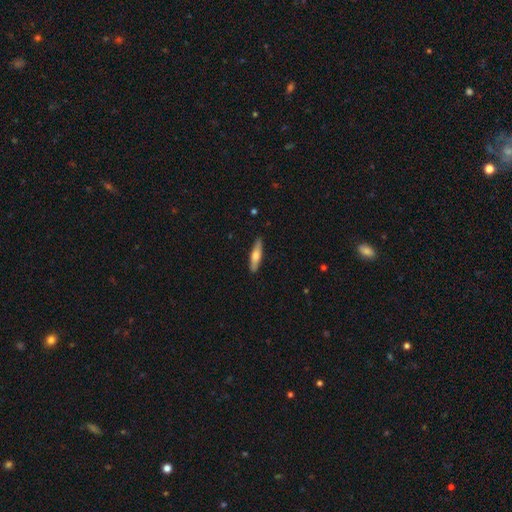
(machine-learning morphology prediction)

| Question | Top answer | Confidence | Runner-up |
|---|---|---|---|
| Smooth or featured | smooth | 58% | featured or disk (37%) |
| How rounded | cigar-shaped | 77% | in between (22%) |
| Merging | none | 88% | minor disturbance (9%) |